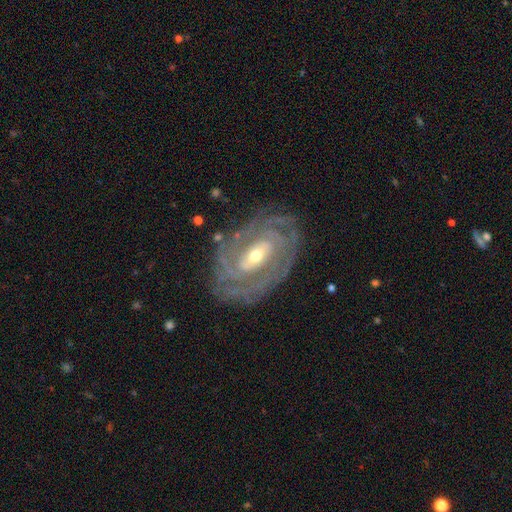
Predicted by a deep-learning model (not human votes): Smooth or featured? featured or disk (87%)
Edge-on disk? no (95%)
Bar? weak (40%)
Spiral arms? yes (94%)
Spiral winding? tight (73%)
Spiral arm count? can't tell (32%)
Bulge size? moderate (54%)
Merging? none (77%)